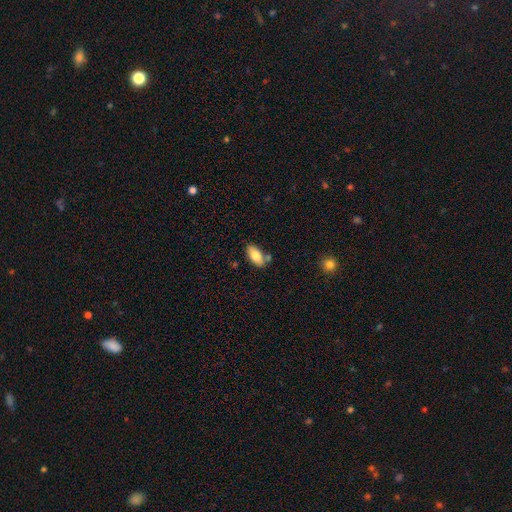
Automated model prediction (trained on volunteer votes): A smooth galaxy with no disk features (80%) that is in between round and cigar-shaped (92%). Merging: none (69%).